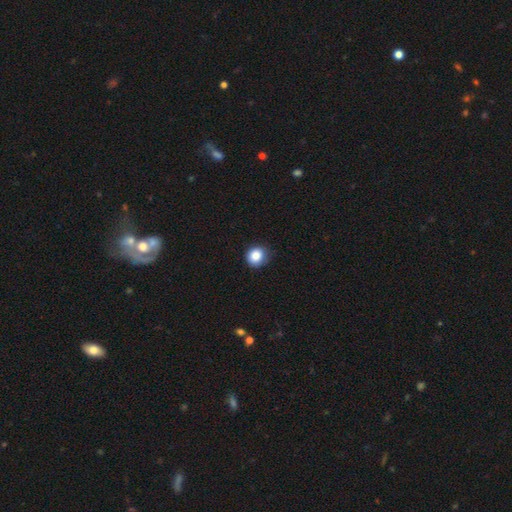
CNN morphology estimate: Smooth or featured: smooth — 85% (star or artifact — 10%)
How rounded: round — 85% (in between — 14%)
Merging: none — 80% (minor disturbance — 16%)